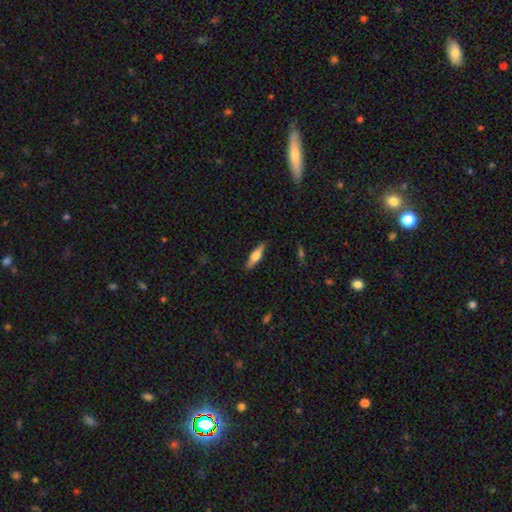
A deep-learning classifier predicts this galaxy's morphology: smooth 48%, featured or disk 46%, star or artifact 6%. Down the decision tree: merging — none (89%).